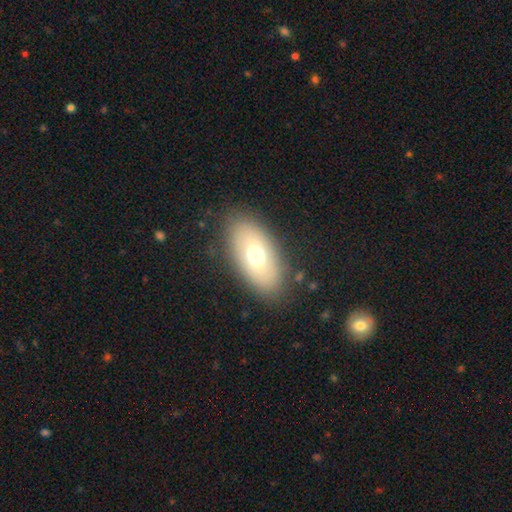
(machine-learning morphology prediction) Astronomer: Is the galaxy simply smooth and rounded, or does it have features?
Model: smooth — 64%.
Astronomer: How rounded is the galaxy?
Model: in between — 91%.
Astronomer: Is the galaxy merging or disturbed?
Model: none — 85%.